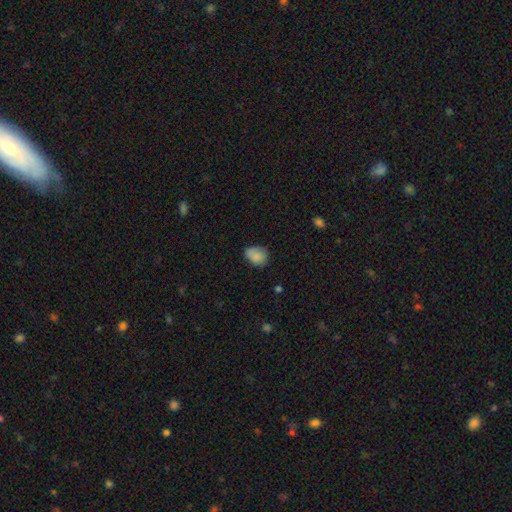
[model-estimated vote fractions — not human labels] This is clearly a smooth galaxy (83%). How rounded: possibly in between (58%). Merging: possibly none (59%).